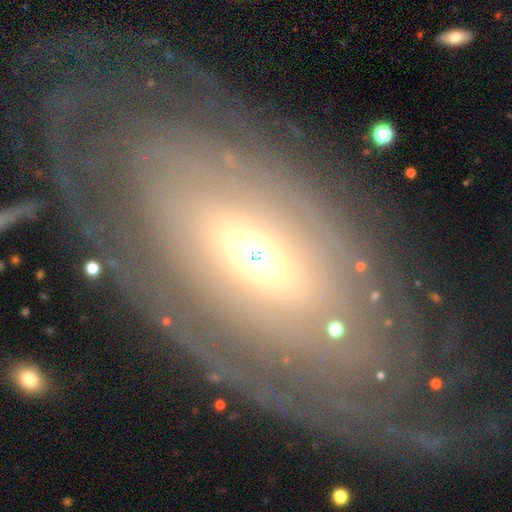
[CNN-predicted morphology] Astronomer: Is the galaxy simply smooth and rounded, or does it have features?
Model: featured or disk — 71%.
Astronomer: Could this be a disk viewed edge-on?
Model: no — 86%.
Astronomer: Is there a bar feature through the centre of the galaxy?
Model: no — 55%.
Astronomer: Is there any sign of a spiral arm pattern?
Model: yes — 57% (runner-up: no, 43%).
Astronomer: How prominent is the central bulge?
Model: moderate — 52%.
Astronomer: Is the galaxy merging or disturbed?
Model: none — 56%.